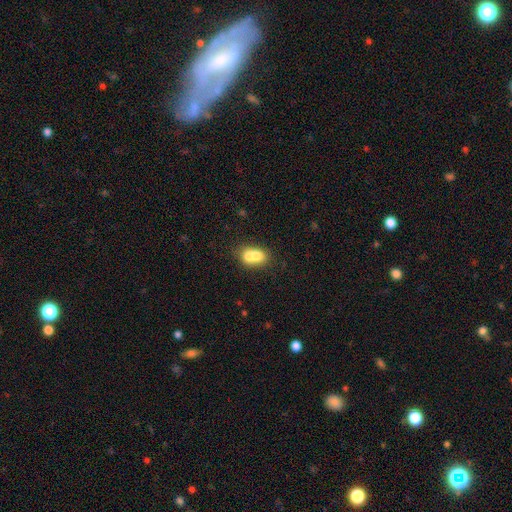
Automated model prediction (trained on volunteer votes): This appears to be a smooth galaxy with no disk features (70%) that is in between round and cigar-shaped (67%). Merging: merger (59%).